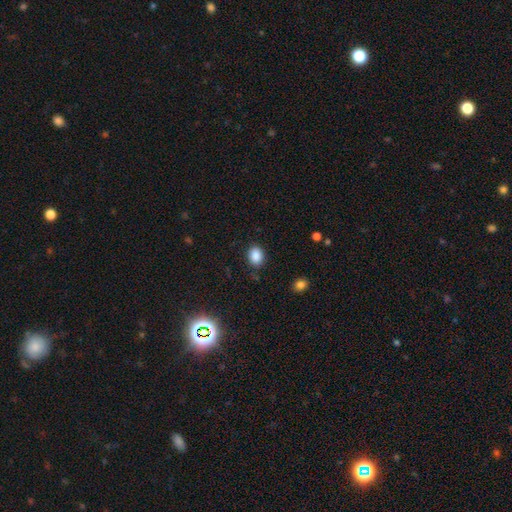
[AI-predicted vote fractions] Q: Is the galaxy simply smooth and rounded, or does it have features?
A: smooth — 87%.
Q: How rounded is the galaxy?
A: in between — 62%.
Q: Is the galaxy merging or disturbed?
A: none — 84%.